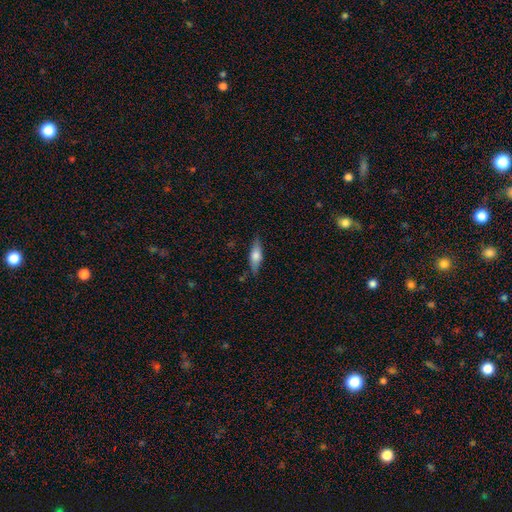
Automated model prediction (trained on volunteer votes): The model was most divided on "how rounded" (2-way tie): in between: 49%, cigar-shaped: 49%, round: 3%. More confident: merging — none (82%); smooth or featured — smooth (58%).